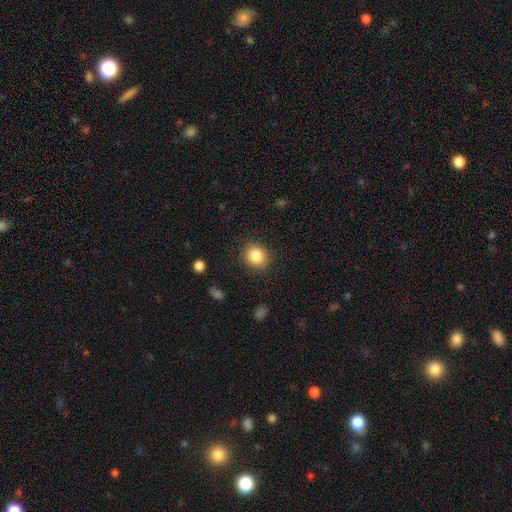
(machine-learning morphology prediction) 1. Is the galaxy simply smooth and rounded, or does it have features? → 85% smooth, 9% star or artifact, 6% featured or disk.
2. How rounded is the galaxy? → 79% round, 20% in between, 1% cigar-shaped.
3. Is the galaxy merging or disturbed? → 87% none, 9% minor disturbance, 3% major disturbance, 1% merger.